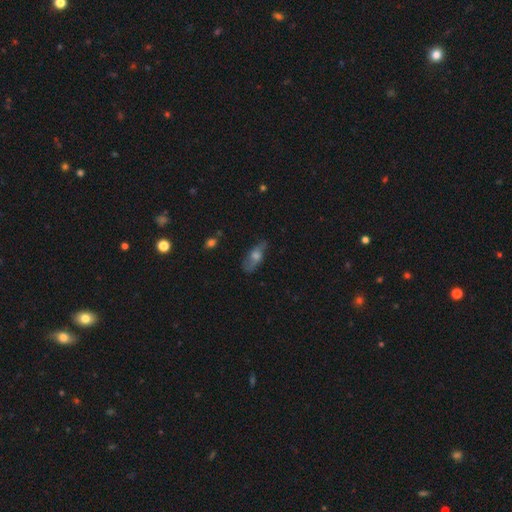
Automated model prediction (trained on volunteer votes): Smooth or featured?
  - featured or disk: 48% *
  - smooth: 40%
  - star or artifact: 12%
Merging?
  - none: 71% *
  - minor disturbance: 20%
  - major disturbance: 7%
  - merger: 2%